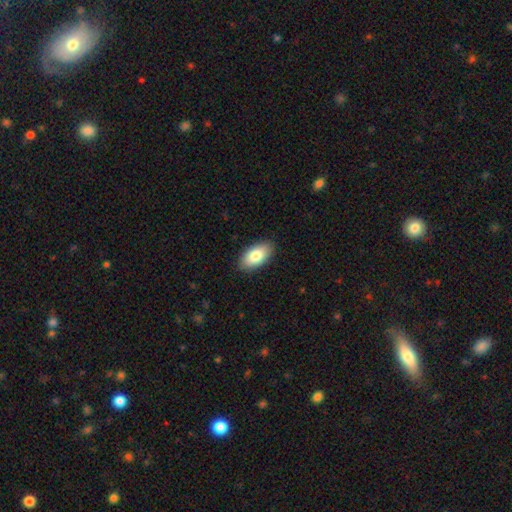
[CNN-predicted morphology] This appears to be a smooth galaxy with no disk features (83%) that is in between round and cigar-shaped (95%). Merging: none (89%).